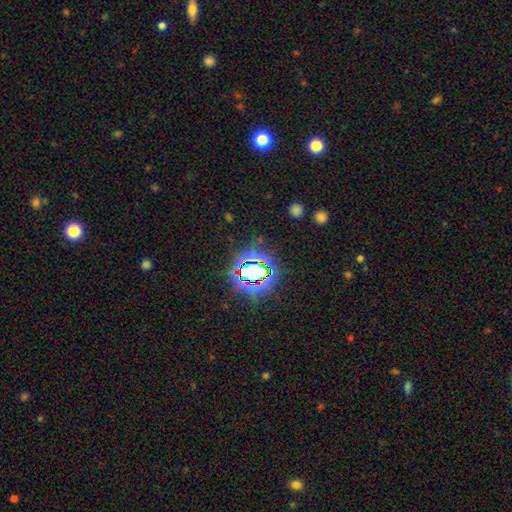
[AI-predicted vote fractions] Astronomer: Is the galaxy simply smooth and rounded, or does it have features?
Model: star or artifact — 80%.